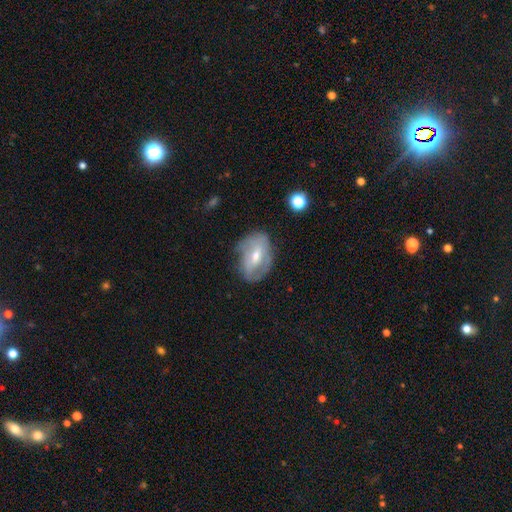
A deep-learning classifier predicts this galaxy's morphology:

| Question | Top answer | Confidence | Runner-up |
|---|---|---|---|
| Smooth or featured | featured or disk | 59% | smooth (34%) |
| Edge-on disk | no | 93% | yes (7%) |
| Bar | weak | 48% | no (27%) |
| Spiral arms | yes | 55% | no (45%) |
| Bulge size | moderate | 60% | small (33%) |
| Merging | none | 58% | minor disturbance (28%) |